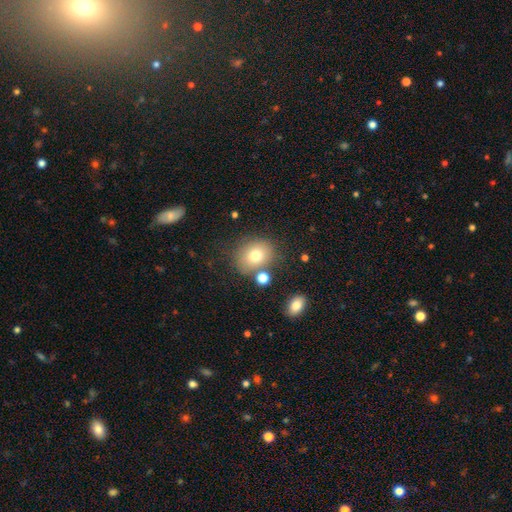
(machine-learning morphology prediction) Smooth or featured: smooth — 74% (featured or disk — 13%)
How rounded: round — 61% (in between — 38%)
Merging: none — 73% (minor disturbance — 12%)